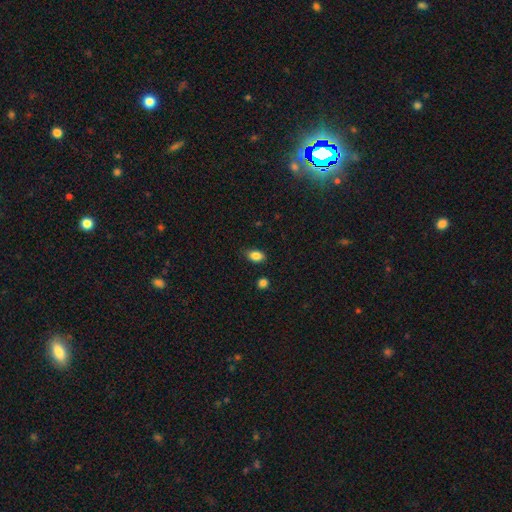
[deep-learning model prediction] smooth-or-featured: smooth: 85% | star or artifact: 9% | featured or disk: 5%
  how-rounded: in between: 83% | round: 14% | cigar-shaped: 2%
  merging: none: 79% | minor disturbance: 16% | major disturbance: 3% | merger: 2%